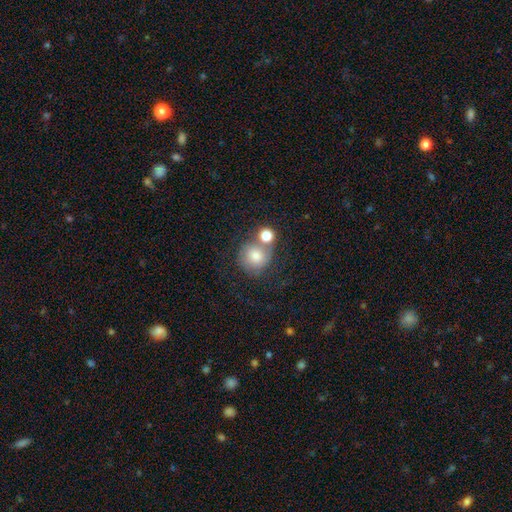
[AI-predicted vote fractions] Overall: smooth (74%). How rounded: round (87%). Merging: none (44%; merger 37%).